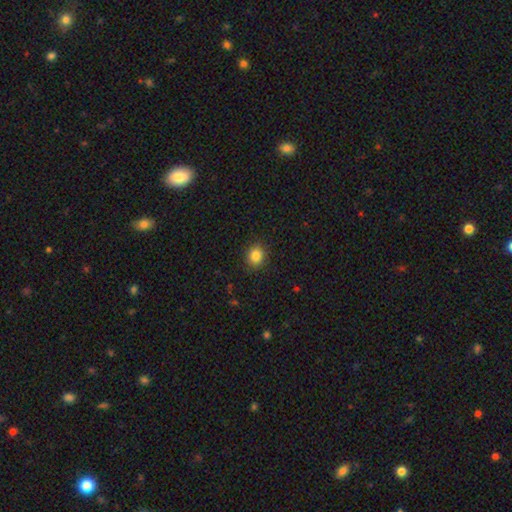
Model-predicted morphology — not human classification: This appears to be a smooth galaxy with no disk features (85%) that is round (71%). Merging: none (89%).